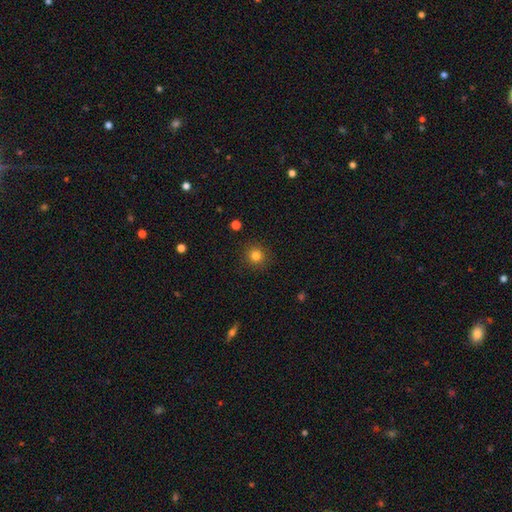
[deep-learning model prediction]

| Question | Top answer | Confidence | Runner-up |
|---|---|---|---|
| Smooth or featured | smooth | 82% | star or artifact (13%) |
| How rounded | round | 93% | in between (6%) |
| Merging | none | 90% | minor disturbance (7%) |